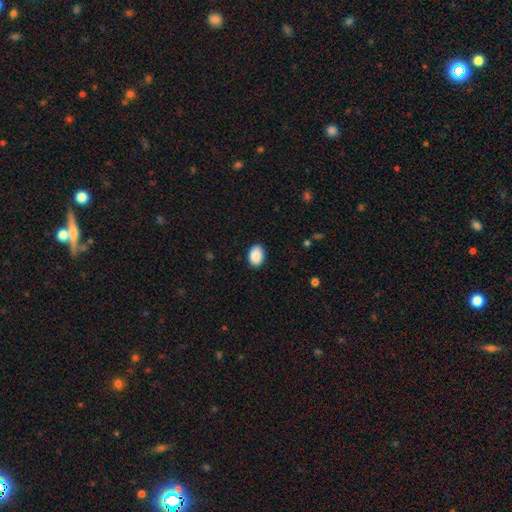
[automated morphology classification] A smooth galaxy with no disk features (90%) that is in between round and cigar-shaped (77%).

Vote fractions:
- Smooth or featured? smooth: 90% / star or artifact: 7% / featured or disk: 3%
- How rounded? in between: 77% / round: 22% / cigar-shaped: 1%
- Merging? none: 86% / minor disturbance: 11% / major disturbance: 2% / merger: 1%